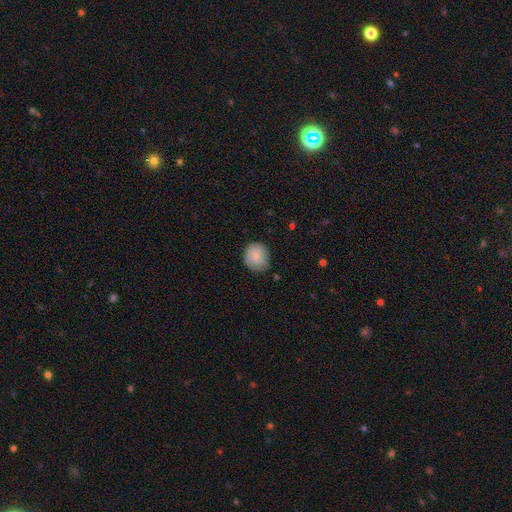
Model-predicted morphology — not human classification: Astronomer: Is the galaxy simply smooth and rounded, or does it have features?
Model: smooth — 66%.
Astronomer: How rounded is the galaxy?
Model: round — 80%.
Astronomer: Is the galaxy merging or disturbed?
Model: none — 73%.